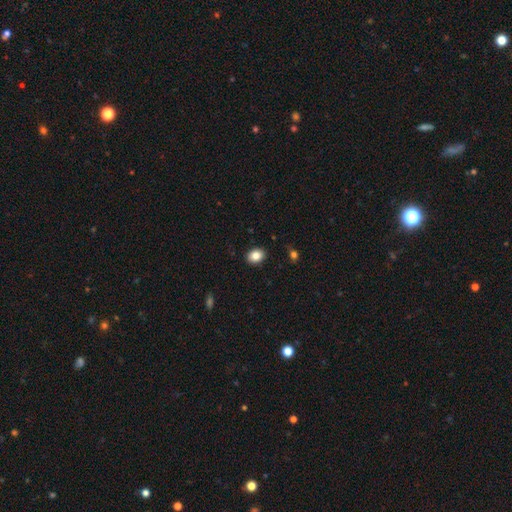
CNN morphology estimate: A smooth galaxy with no disk features (85%) that is in between round and cigar-shaped (64%). Merging: none (89%).